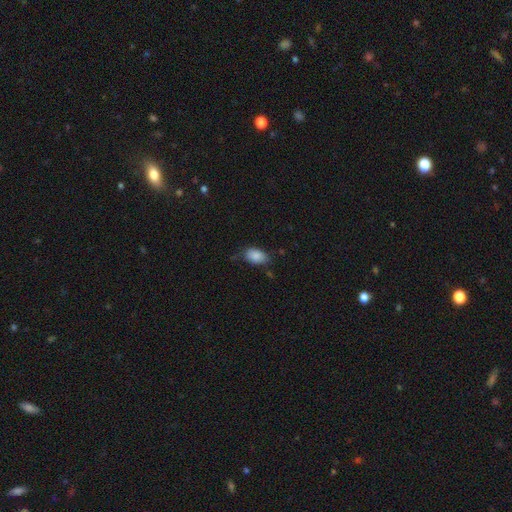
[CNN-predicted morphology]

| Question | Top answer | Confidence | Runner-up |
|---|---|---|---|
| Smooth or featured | smooth | 87% | star or artifact (7%) |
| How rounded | in between | 91% | round (8%) |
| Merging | none | 72% | minor disturbance (22%) |